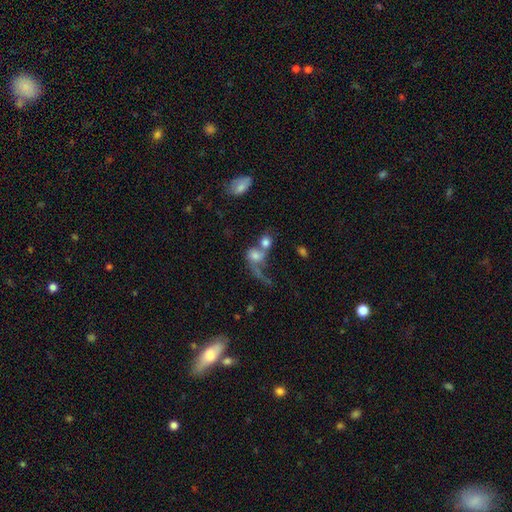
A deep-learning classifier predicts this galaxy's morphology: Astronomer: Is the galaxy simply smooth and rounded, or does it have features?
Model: smooth — 59%.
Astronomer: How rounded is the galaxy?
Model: round — 57% (runner-up: in between, 40%).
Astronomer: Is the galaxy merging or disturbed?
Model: merger — 62%.